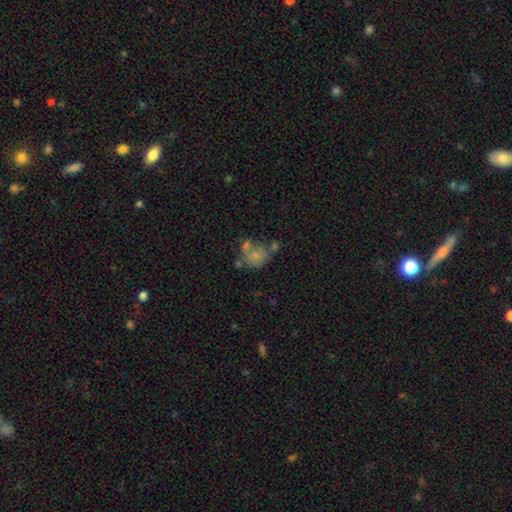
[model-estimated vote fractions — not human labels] The model was most divided on "merging": merger: 36%, none: 34%, minor disturbance: 17%, major disturbance: 13%. More confident: smooth or featured — smooth (68%); how rounded — round (63%).